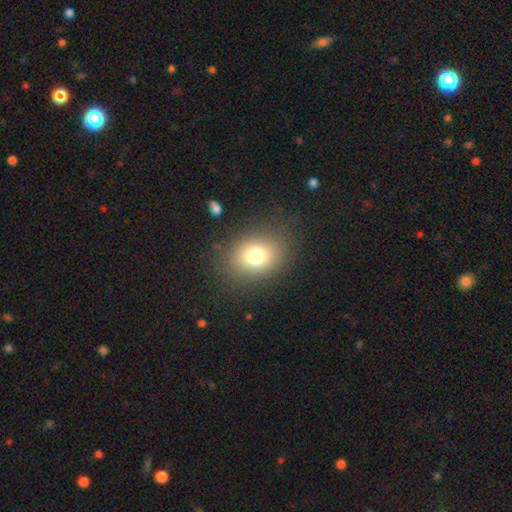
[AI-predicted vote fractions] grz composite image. It shows a smooth galaxy with no disk features (74%) that is round (52%). Merging: none (81%).